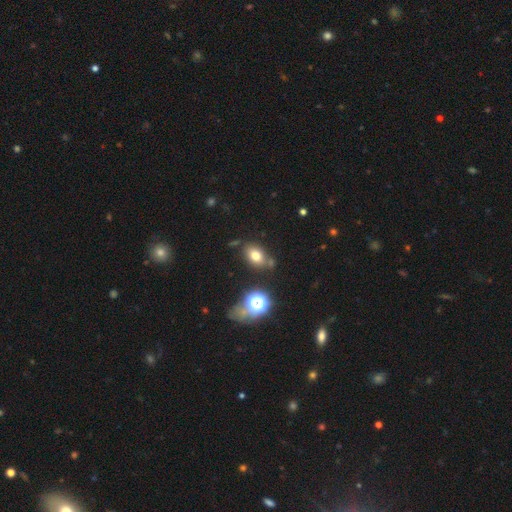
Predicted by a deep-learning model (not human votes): A smooth galaxy with no disk features (73%) that is in between round and cigar-shaped (75%). Merging: none (72%).